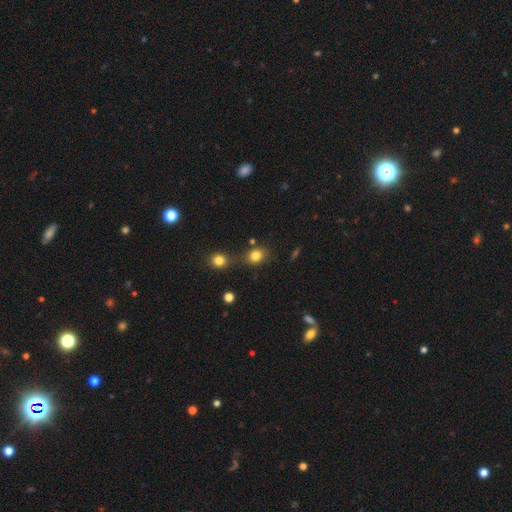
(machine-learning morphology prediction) type=smooth (80%); roundness=round (65%); merging=none (63%).